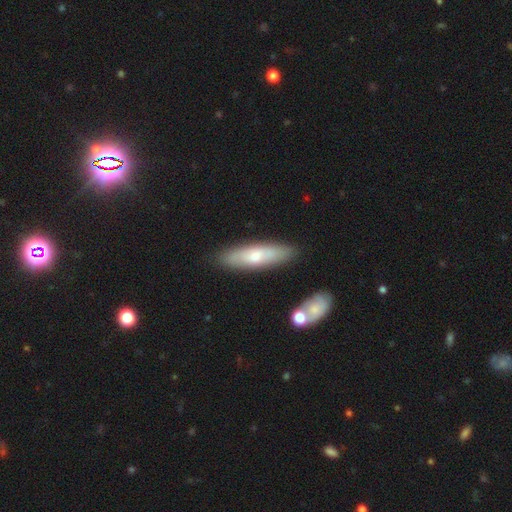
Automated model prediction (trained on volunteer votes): A smooth galaxy with no disk features (60%) that is cigar-shaped (65%).

Vote fractions:
- Smooth or featured? smooth: 60% / featured or disk: 34% / star or artifact: 6%
- How rounded? cigar-shaped: 65% / in between: 33% / round: 2%
- Merging? none: 85% / minor disturbance: 10% / merger: 3% / major disturbance: 2%